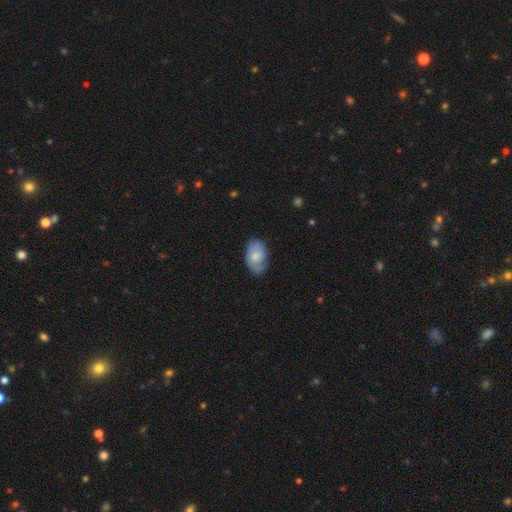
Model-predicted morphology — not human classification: This appears to be a smooth galaxy with no disk features (59%) that is in between round and cigar-shaped (89%). Merging: none (63%).